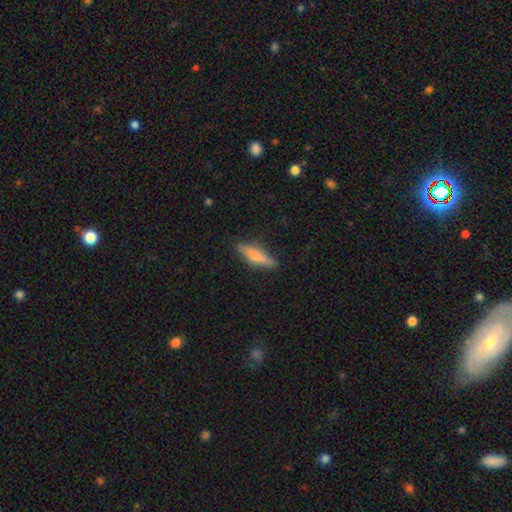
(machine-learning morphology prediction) This appears to be a smooth galaxy with no disk features (62%) that is cigar-shaped (69%). Merging: none (84%).